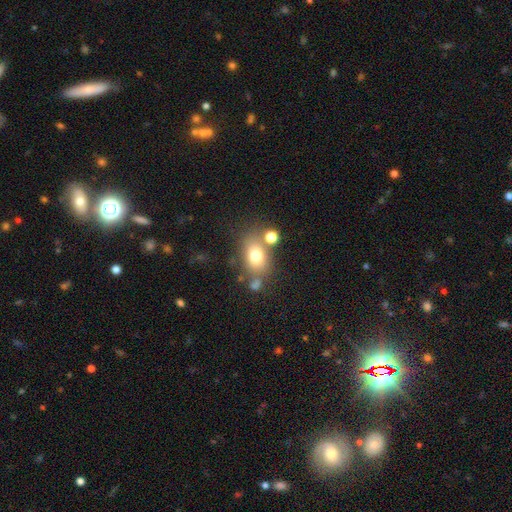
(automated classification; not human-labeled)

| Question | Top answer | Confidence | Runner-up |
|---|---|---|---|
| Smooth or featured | smooth | 74% | featured or disk (15%) |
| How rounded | in between | 73% | round (26%) |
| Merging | none | 62% | merger (16%) |